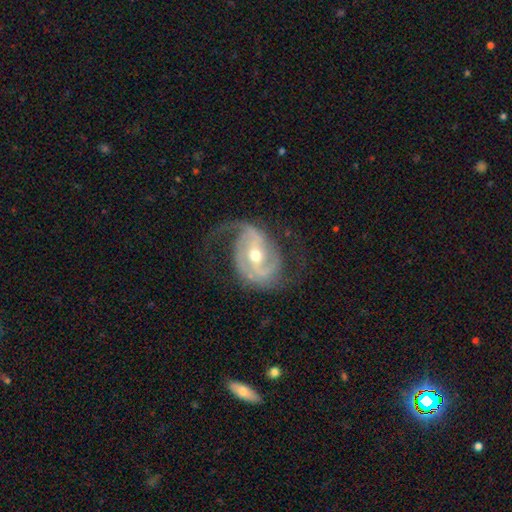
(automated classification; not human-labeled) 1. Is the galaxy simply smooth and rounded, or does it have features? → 90% featured or disk, 5% smooth, 5% star or artifact.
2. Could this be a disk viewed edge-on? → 97% no, 3% yes.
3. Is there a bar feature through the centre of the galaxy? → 39% weak, 37% strong, 23% no.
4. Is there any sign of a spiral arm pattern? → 97% yes, 3% no.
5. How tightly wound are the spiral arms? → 47% medium, 31% loose, 22% tight.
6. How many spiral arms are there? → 77% 2, 8% 3, 6% 1, 5% can't tell, 2% 4, 2% more than 4.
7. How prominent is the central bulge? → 67% moderate, 28% small, 3% large, 1% none, 1% dominant.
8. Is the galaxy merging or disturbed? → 64% none, 18% minor disturbance, 16% major disturbance, 1% merger.